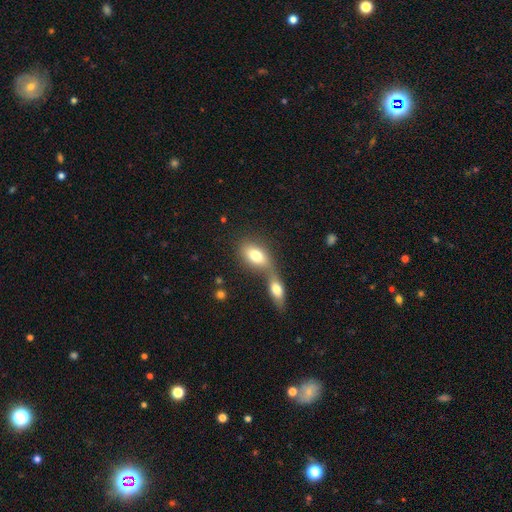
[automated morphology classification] smooth-or-featured: smooth: 76% | featured or disk: 16% | star or artifact: 8%
  how-rounded: in between: 85% | round: 11% | cigar-shaped: 4%
  merging: merger: 60% | none: 28% | minor disturbance: 8% | major disturbance: 5%